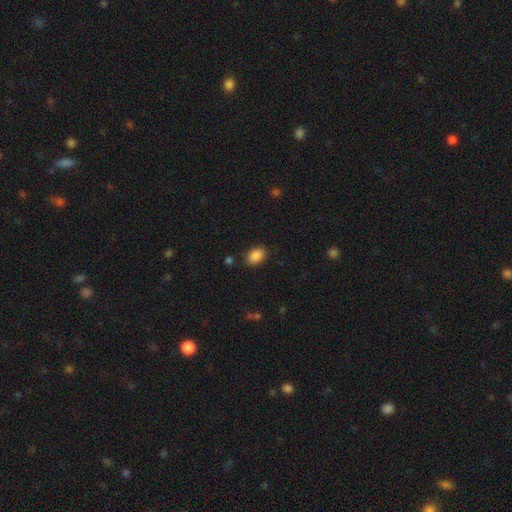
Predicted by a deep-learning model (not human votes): smooth_or_featured: smooth (p=0.88) [alt: star or artifact p=0.08]
how_rounded: in between (p=0.87) [alt: round p=0.12]
merging: none (p=0.86) [alt: minor disturbance p=0.10]